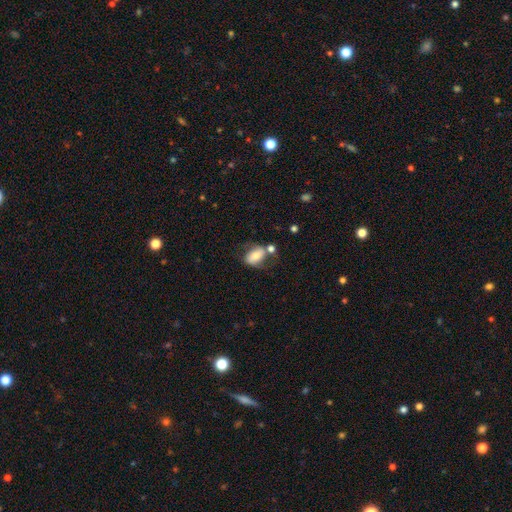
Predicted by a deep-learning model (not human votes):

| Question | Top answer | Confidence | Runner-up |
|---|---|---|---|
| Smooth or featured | smooth | 62% | featured or disk (30%) |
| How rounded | in between | 86% | round (12%) |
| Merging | none | 45% | merger (23%) |